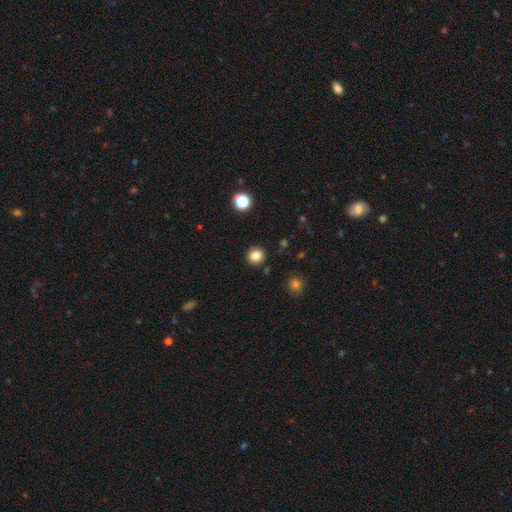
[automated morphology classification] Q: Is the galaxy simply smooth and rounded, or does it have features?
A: smooth — 83%.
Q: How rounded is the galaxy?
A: round — 92%.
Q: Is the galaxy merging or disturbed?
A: none — 91%.